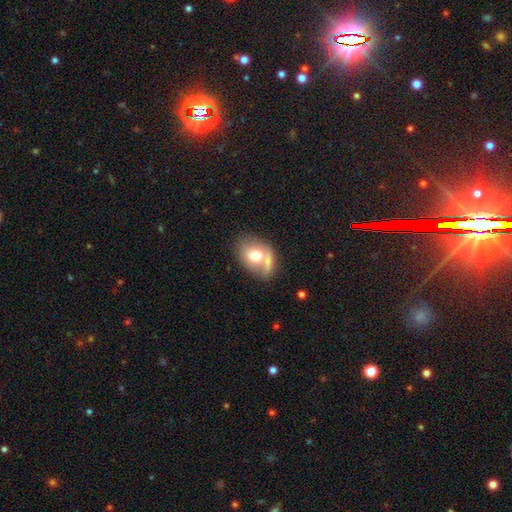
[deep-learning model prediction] A smooth galaxy with no disk features (69%) that is in between round and cigar-shaped (63%).

Vote fractions:
- Smooth or featured? smooth: 69% / featured or disk: 23% / star or artifact: 8%
- How rounded? in between: 63% / round: 35% / cigar-shaped: 1%
- Merging? none: 39% / merger: 32% / minor disturbance: 19% / major disturbance: 10%